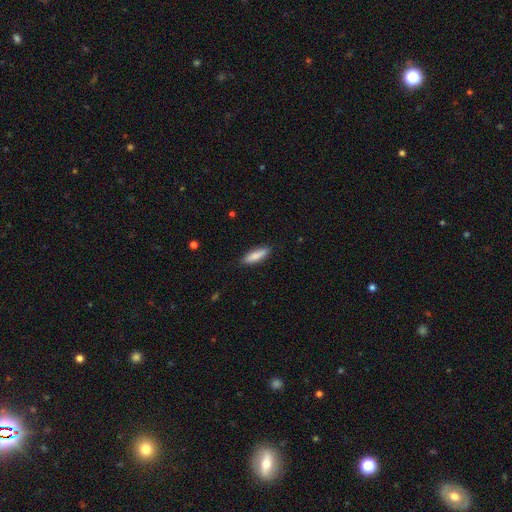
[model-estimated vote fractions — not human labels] Morphology: type=smooth (83%); roundness=cigar-shaped (64%); merging=none (87%).